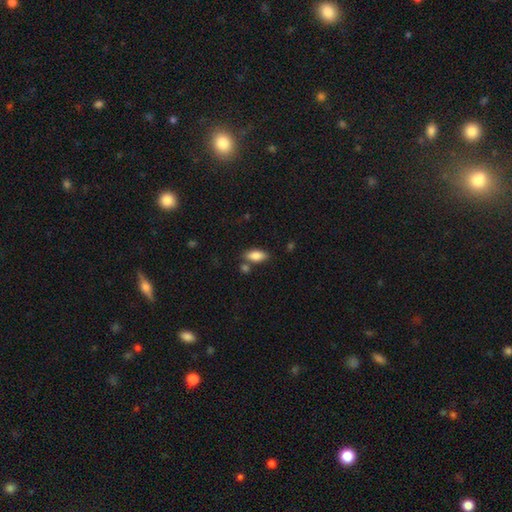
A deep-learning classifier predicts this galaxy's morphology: Smooth or featured? Predicted: smooth (p=0.85). How rounded? Predicted: in between (p=0.87). Merging? Predicted: none (p=0.73).